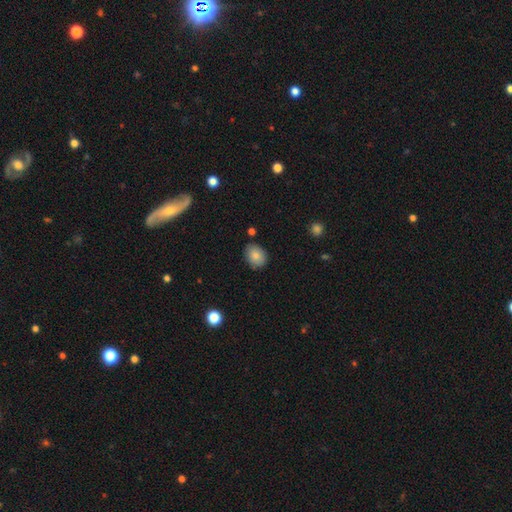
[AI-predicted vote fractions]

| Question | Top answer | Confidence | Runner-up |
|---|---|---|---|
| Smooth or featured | smooth | 82% | featured or disk (9%) |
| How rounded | in between | 59% | round (40%) |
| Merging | none | 82% | minor disturbance (13%) |